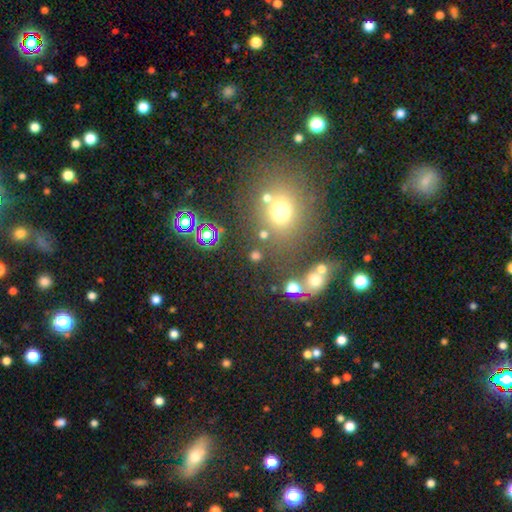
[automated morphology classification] This is likely a smooth galaxy (65%). How rounded: clearly round (83%). Merging: likely none (75%).